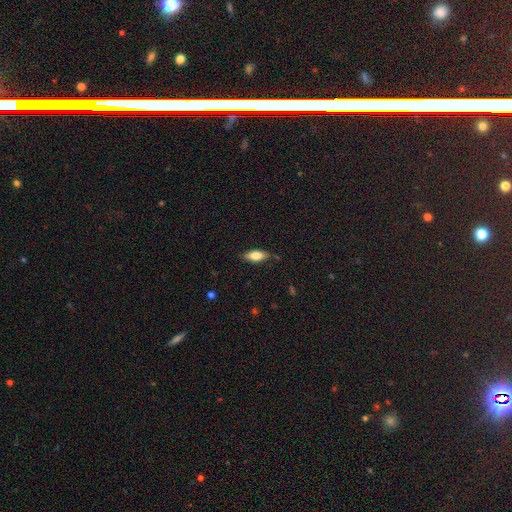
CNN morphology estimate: Smooth or featured? smooth (68%)
How rounded? in between (70%)
Merging? none (83%)